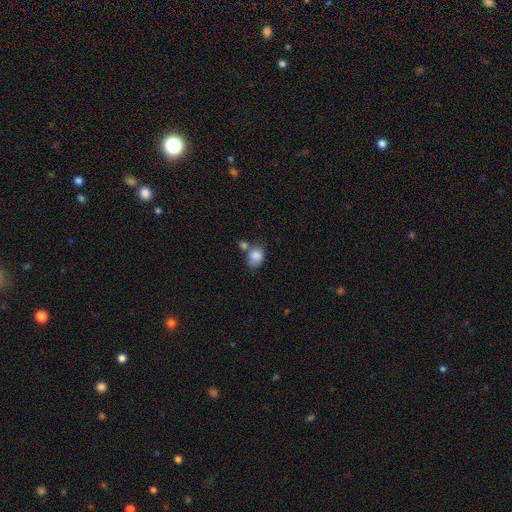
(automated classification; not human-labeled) Smooth or featured: smooth — 85% (star or artifact — 8%)
How rounded: in between — 61% (round — 38%)
Merging: none — 45% (merger — 29%)